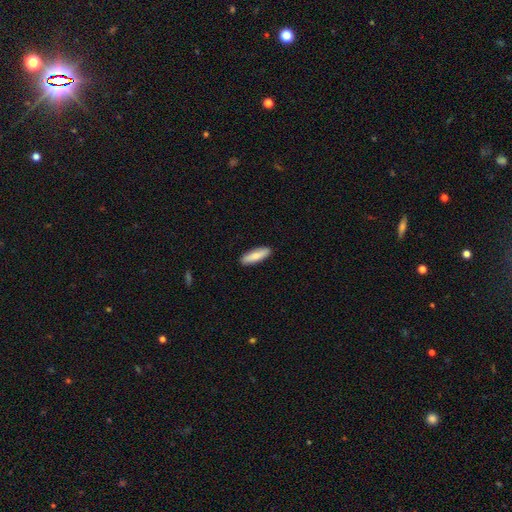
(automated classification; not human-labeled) Smooth or featured?
  - smooth: 78% *
  - featured or disk: 16%
  - star or artifact: 5%
How rounded?
  - cigar-shaped: 57% *
  - in between: 41%
  - round: 2%
Merging?
  - none: 90% *
  - minor disturbance: 7%
  - major disturbance: 1%
  - merger: 1%